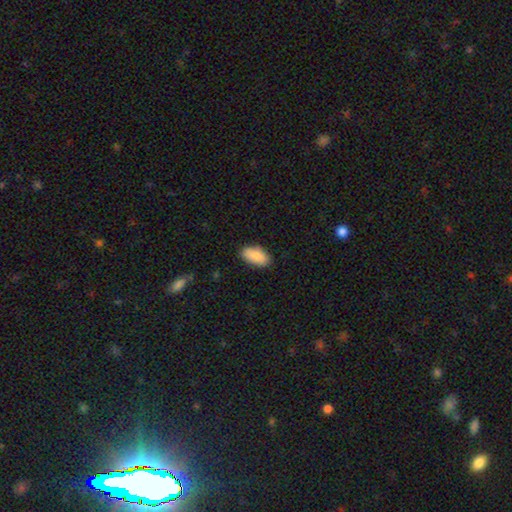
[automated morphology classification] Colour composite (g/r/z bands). It shows a smooth galaxy with no disk features (88%) that is in between round and cigar-shaped (93%). Merging: none (84%).